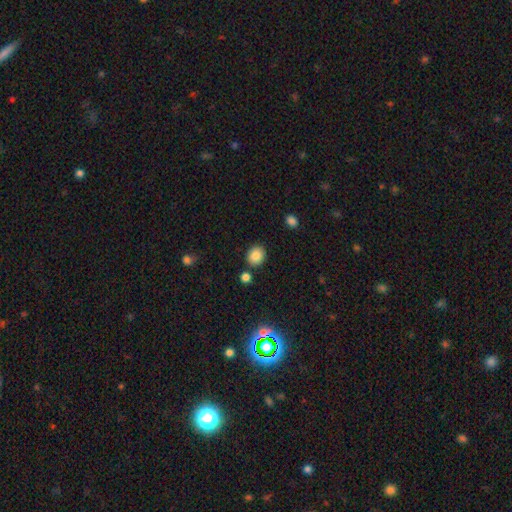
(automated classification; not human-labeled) Q: Smooth or featured?
A: smooth (85%); runner-up: star or artifact (10%)
Q: How rounded?
A: round (66%); runner-up: in between (33%)
Q: Merging?
A: none (83%); runner-up: minor disturbance (9%)